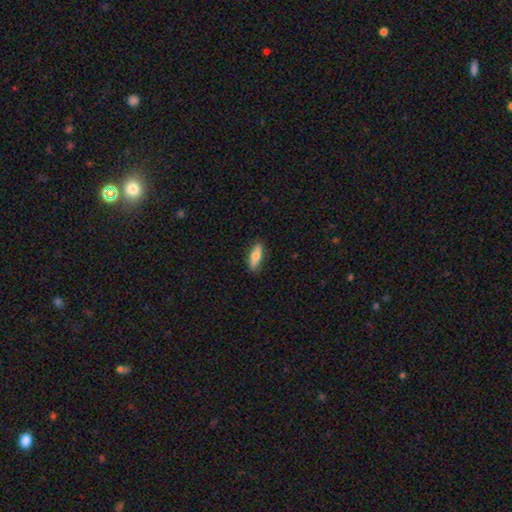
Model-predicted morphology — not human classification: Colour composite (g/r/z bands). It shows a smooth galaxy with no disk features (72%) that is in between round and cigar-shaped (68%). Merging: none (85%).